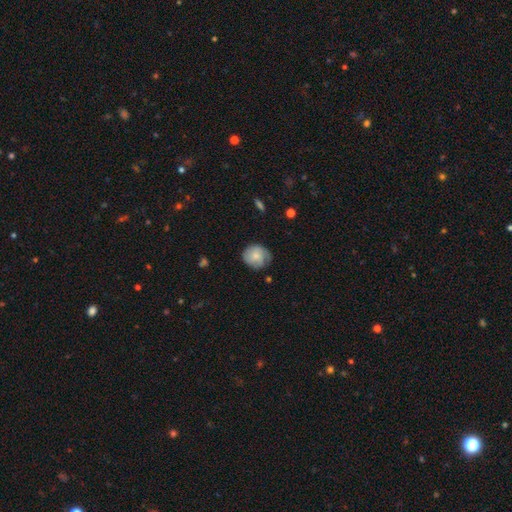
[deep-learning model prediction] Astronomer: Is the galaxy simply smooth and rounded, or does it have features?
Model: smooth — 63%.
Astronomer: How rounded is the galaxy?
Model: round — 77%.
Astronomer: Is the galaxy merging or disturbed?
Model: none — 64%.